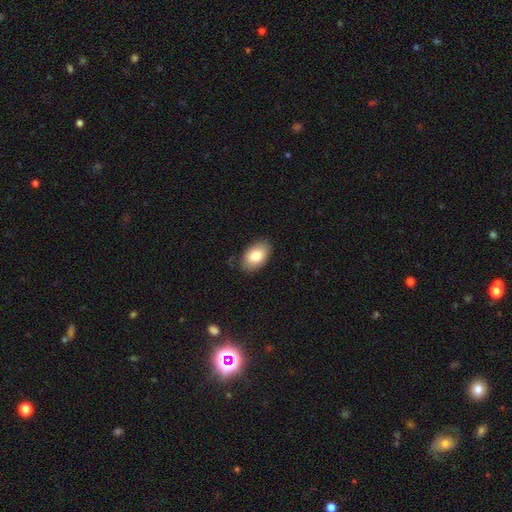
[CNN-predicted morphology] smooth 82%, featured or disk 11%, star or artifact 7%. Down the decision tree: how rounded — in between (93%); merging — none (83%).